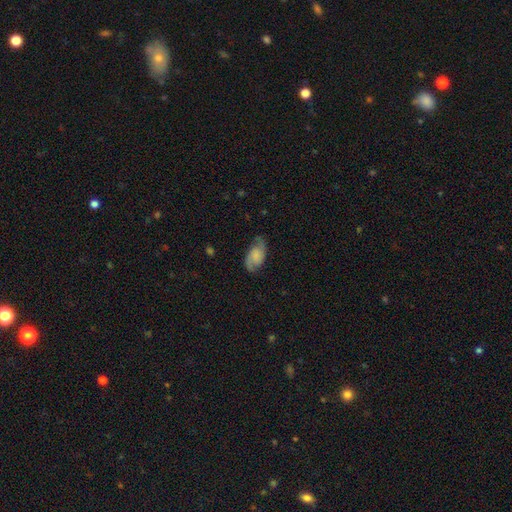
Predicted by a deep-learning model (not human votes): Smooth or featured? featured or disk (62%)
Edge-on disk? no (96%)
Bar? no (62%)
Spiral arms? yes (92%)
Spiral winding? medium (46%)
Spiral arm count? 2 (88%)
Bulge size? none (46%)
Merging? none (73%)